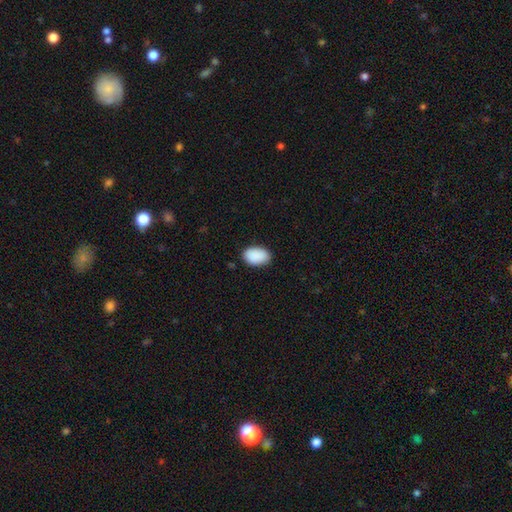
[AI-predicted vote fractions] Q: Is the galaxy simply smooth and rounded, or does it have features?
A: smooth — 91%.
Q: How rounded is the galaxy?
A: in between — 91%.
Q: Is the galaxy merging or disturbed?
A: none — 85%.